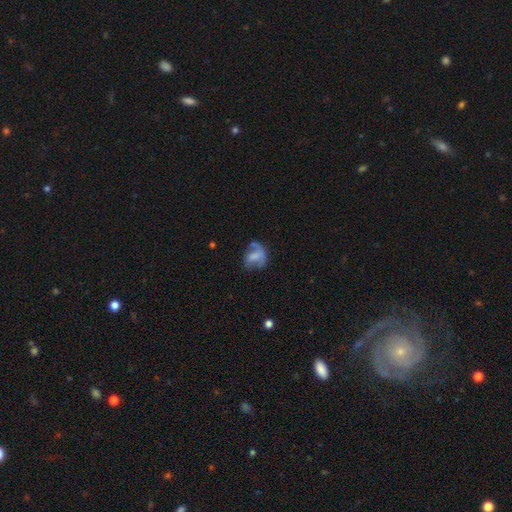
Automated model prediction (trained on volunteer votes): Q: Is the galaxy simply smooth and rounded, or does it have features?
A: featured or disk — 46%.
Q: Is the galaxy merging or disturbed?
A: none — 35%.